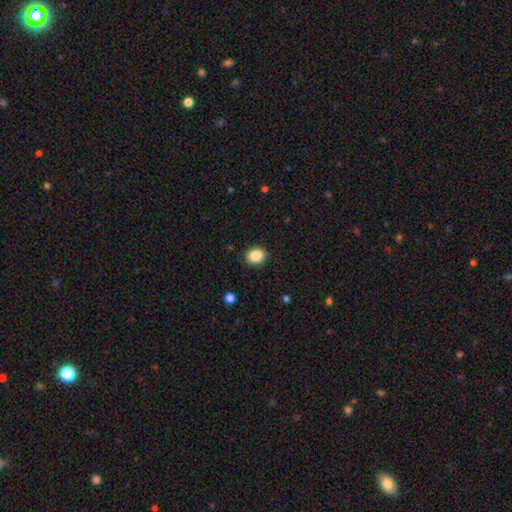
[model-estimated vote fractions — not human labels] A smooth galaxy with no disk features (87%) that is round (58%). Merging: none (89%).